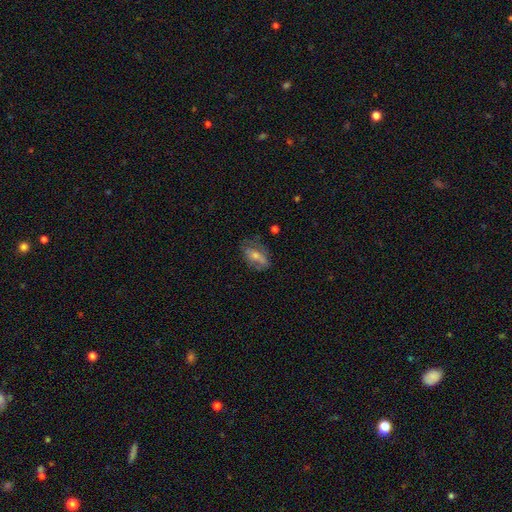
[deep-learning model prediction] The model was most divided on "smooth or featured": featured or disk: 50%, smooth: 38%, star or artifact: 12%. More confident: edge-on disk — no (84%); merging — none (66%).